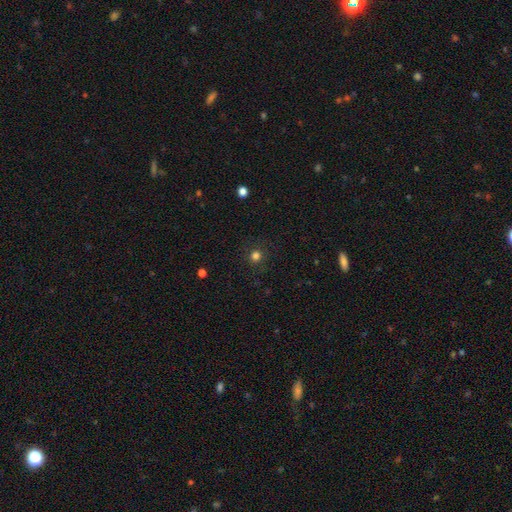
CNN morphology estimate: The model was most divided on "smooth or featured": smooth: 79%, star or artifact: 16%, featured or disk: 5%. More confident: how rounded — round (91%); merging — none (87%).